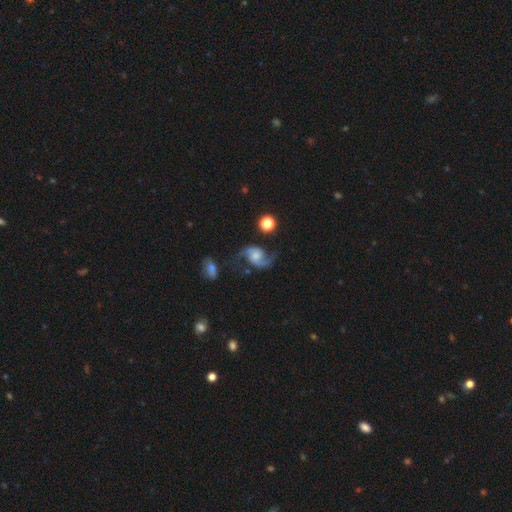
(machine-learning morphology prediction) smooth_or_featured: featured or disk (p=0.86) [alt: smooth p=0.07]
disk_edge_on: no (p=0.98) [alt: yes p=0.02]
bar: no (p=0.59) [alt: weak p=0.34]
has_spiral_arms: yes (p=0.97) [alt: no p=0.03]
spiral_winding: loose (p=0.59) [alt: medium p=0.34]
spiral_arm_count: 2 (p=0.93) [alt: 1 p=0.02]
bulge_size: small (p=0.36) [alt: moderate p=0.35]
merging: none (p=0.71) [alt: minor disturbance p=0.16]